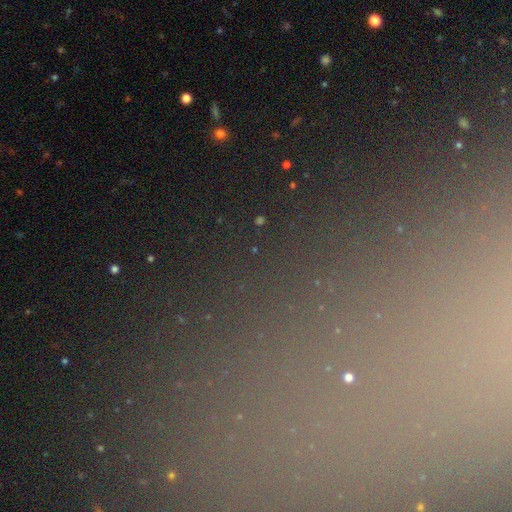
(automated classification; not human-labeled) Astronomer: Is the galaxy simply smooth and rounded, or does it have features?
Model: star or artifact — 74%.